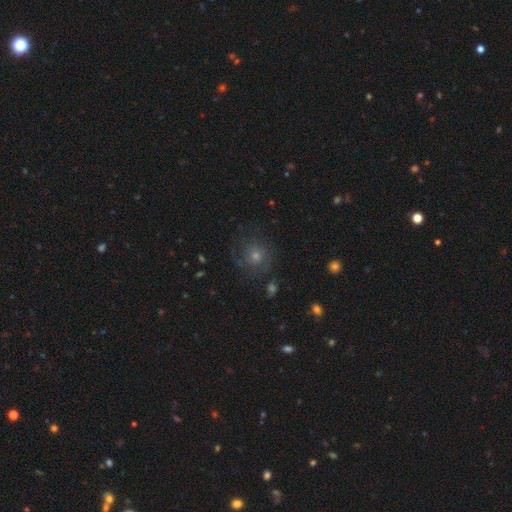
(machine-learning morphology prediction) Smooth or featured: featured or disk — 43% (smooth — 31%)
Merging: none — 77% (minor disturbance — 13%)